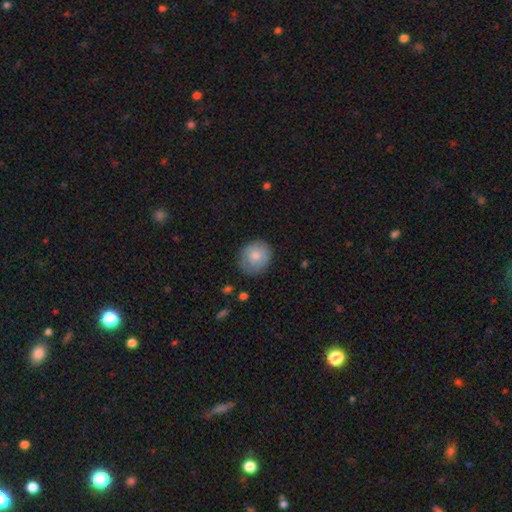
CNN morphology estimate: type=smooth (79%); roundness=round (80%); merging=none (80%).